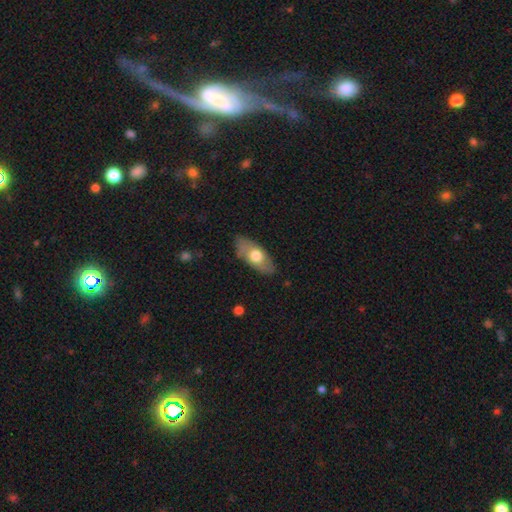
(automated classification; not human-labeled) smooth_or_featured: smooth (p=0.61) [alt: featured or disk p=0.33]
how_rounded: in between (p=0.85) [alt: cigar-shaped p=0.11]
merging: none (p=0.80) [alt: minor disturbance p=0.15]